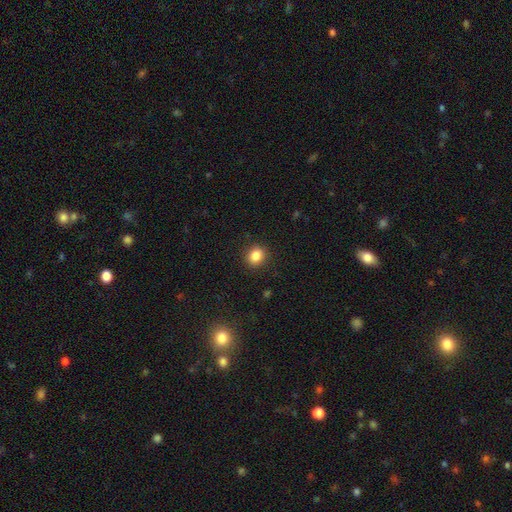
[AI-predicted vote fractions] A smooth galaxy with no disk features (85%) that is round (70%).

Vote fractions:
- Smooth or featured? smooth: 85% / star or artifact: 11% / featured or disk: 5%
- How rounded? round: 70% / in between: 29% / cigar-shaped: 1%
- Merging? none: 90% / minor disturbance: 7% / major disturbance: 2% / merger: 1%